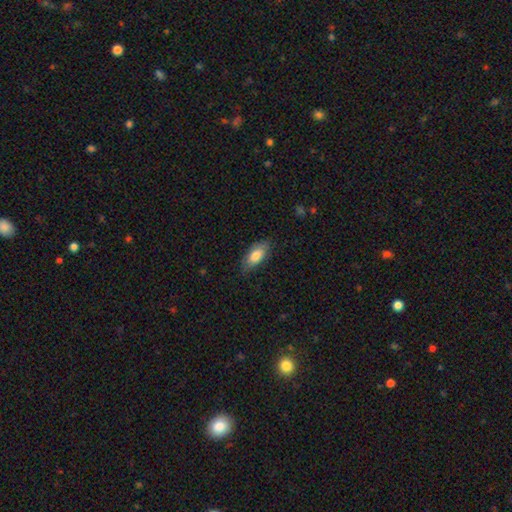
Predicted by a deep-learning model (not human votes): Q: Smooth or featured?
A: smooth (76%); runner-up: featured or disk (17%)
Q: How rounded?
A: in between (87%); runner-up: cigar-shaped (10%)
Q: Merging?
A: none (77%); runner-up: minor disturbance (18%)